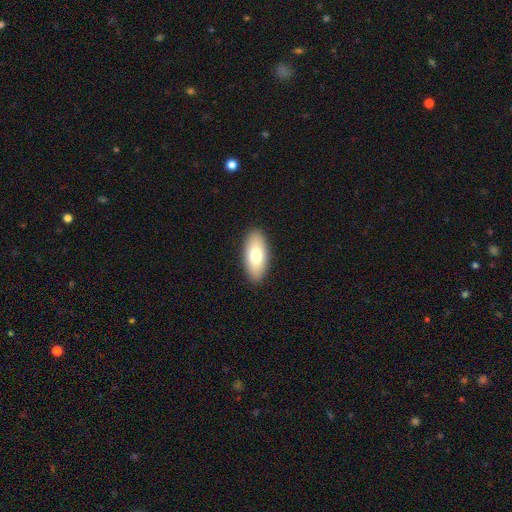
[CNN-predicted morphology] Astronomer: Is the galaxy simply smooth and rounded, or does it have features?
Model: smooth — 73%.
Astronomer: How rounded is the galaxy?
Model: in between — 88%.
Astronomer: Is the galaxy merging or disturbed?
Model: none — 90%.